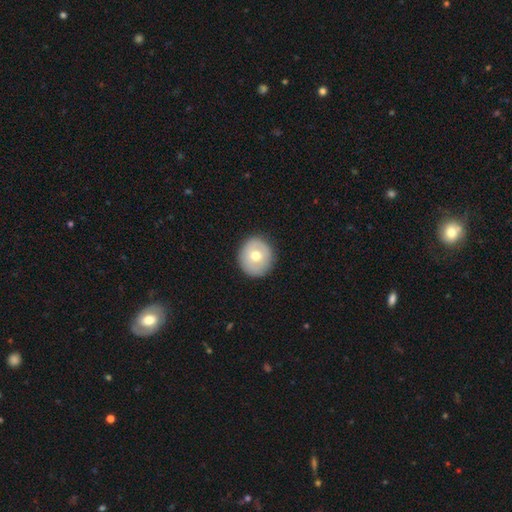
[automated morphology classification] This is likely a smooth galaxy (62%). How rounded: clearly round (89%). Merging: clearly none (88%).